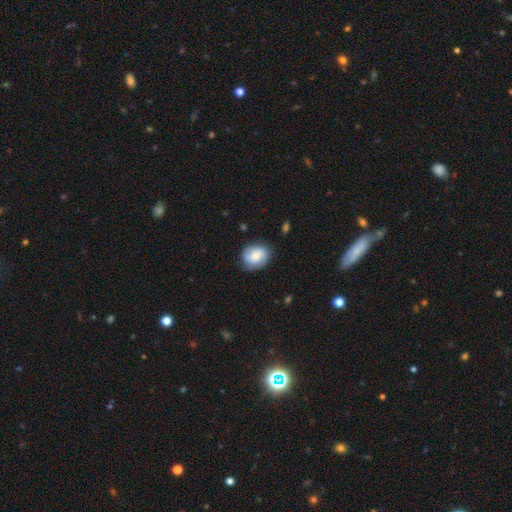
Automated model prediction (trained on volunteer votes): The model was most divided on "smooth or featured": featured or disk: 48%, smooth: 44%, star or artifact: 8%. More confident: merging — none (77%).